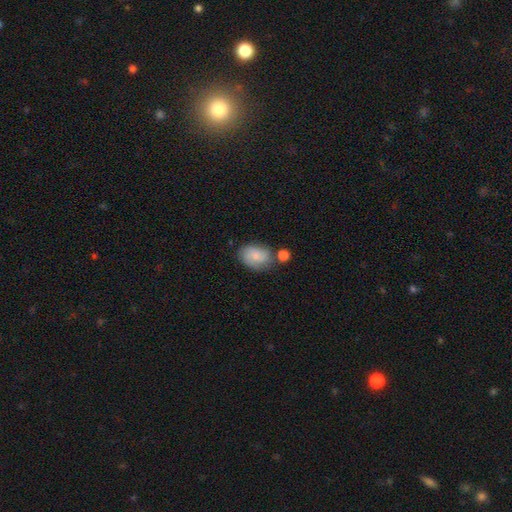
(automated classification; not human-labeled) Q: Smooth or featured?
A: smooth (75%); runner-up: featured or disk (17%)
Q: How rounded?
A: in between (77%); runner-up: round (21%)
Q: Merging?
A: none (56%); runner-up: minor disturbance (23%)